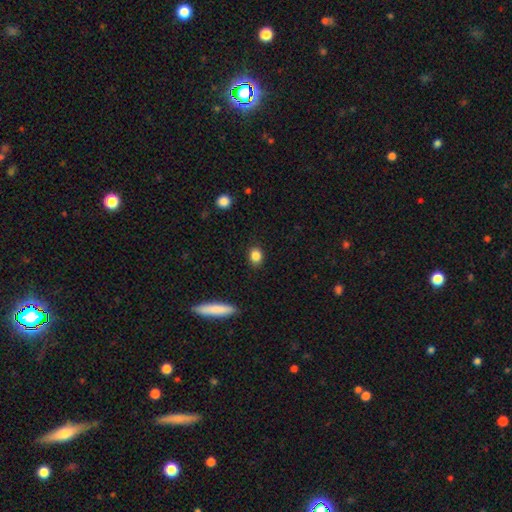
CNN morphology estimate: Q: Smooth or featured?
A: smooth (85%); runner-up: star or artifact (10%)
Q: How rounded?
A: in between (51%); runner-up: round (46%)
Q: Merging?
A: none (87%); runner-up: minor disturbance (9%)